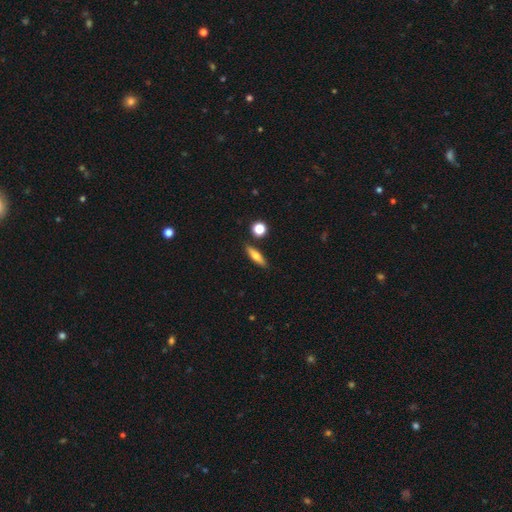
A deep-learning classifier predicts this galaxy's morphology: The model was most divided on "how rounded": cigar-shaped: 64%, in between: 31%, round: 5%. More confident: merging — none (85%); smooth or featured — smooth (62%).